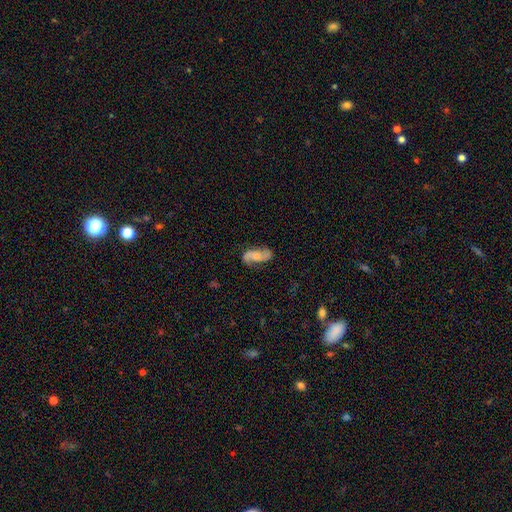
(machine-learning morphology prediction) smooth-or-featured: featured or disk: 71% | smooth: 23% | star or artifact: 7%
  disk-edge-on: no: 95% | yes: 5%
    bar: no: 58% | weak: 32% | strong: 10%
    has-spiral-arms: yes: 94% | no: 6%
      spiral-winding: loose: 60% | medium: 29% | tight: 10%
      spiral-arm-count: 2: 91% | can't tell: 4% | 1: 2% | 3: 1% | 4: 1% | more than 4: 1%
    bulge-size: moderate: 41% | small: 34% | none: 16% | large: 8% | dominant: 2%
  merging: none: 75% | minor disturbance: 17% | major disturbance: 7% | merger: 2%